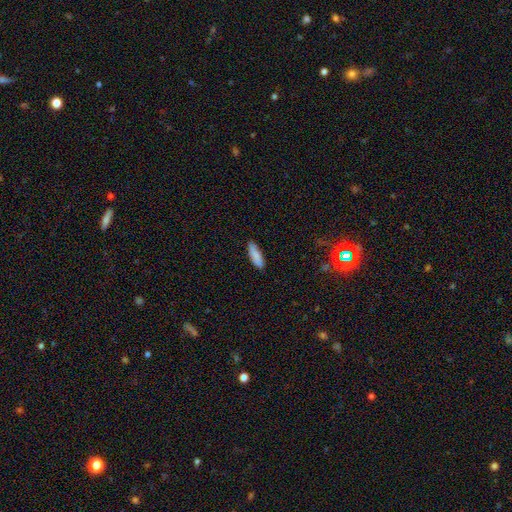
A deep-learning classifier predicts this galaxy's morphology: smooth-or-featured: smooth: 86% | featured or disk: 8% | star or artifact: 6%
  how-rounded: cigar-shaped: 49% (tied) | in between: 49% (tied) | round: 2%
  merging: none: 86% | minor disturbance: 11% | major disturbance: 2% | merger: 1%